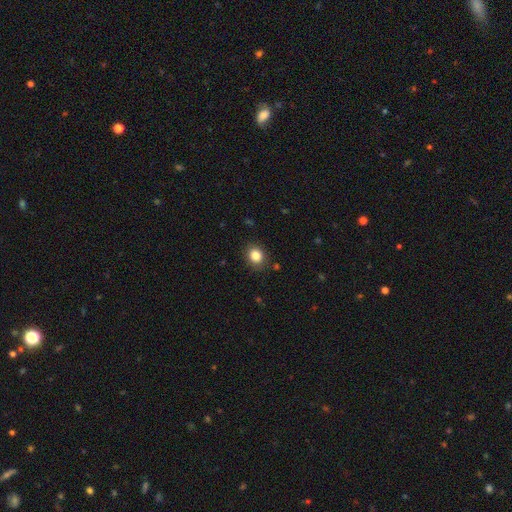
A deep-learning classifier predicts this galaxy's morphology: This is clearly a smooth galaxy (84%). How rounded: likely round (67%). Merging: clearly none (87%).